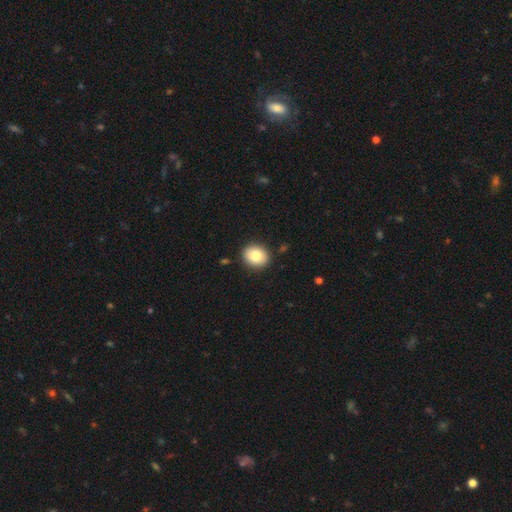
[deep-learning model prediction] This appears to be a smooth galaxy with no disk features (81%) that is round (63%). Merging: none (90%).